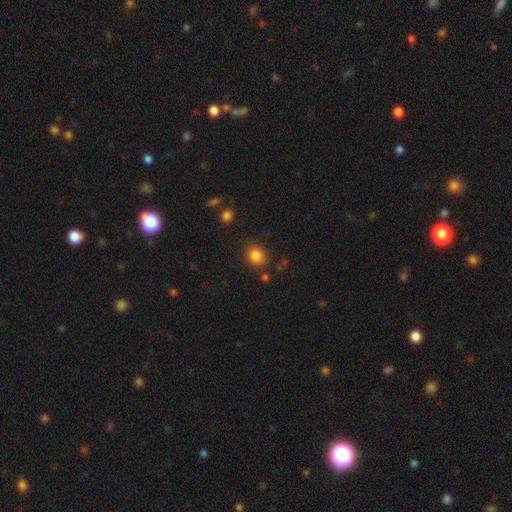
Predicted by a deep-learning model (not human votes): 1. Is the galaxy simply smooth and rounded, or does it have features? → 84% smooth, 11% star or artifact, 5% featured or disk.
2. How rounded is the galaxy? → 57% round, 42% in between, 1% cigar-shaped.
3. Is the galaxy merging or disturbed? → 80% none, 12% minor disturbance, 4% merger, 4% major disturbance.